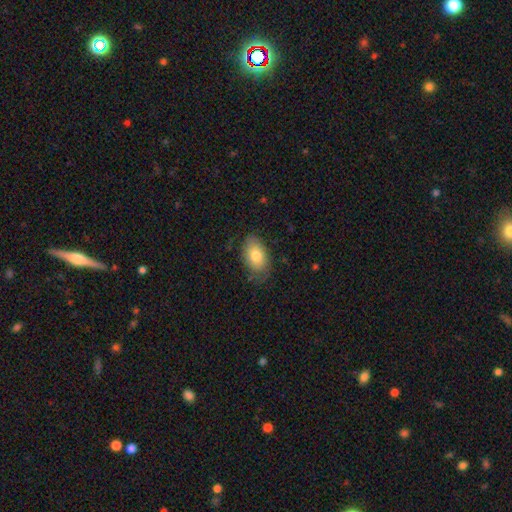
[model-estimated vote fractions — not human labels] Q: Smooth or featured?
A: smooth (78%); runner-up: featured or disk (15%)
Q: How rounded?
A: in between (92%); runner-up: round (7%)
Q: Merging?
A: none (70%); runner-up: minor disturbance (23%)